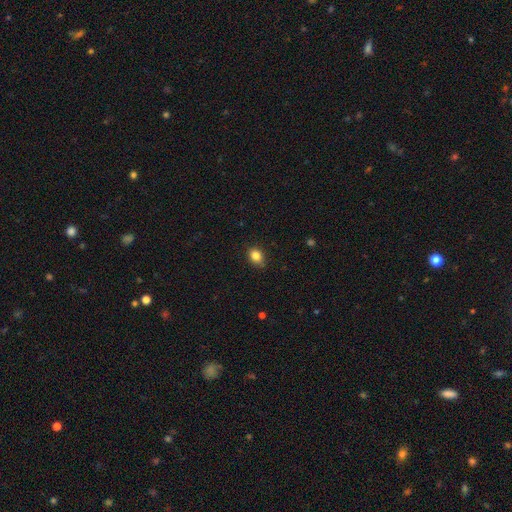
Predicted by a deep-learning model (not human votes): This appears to be a smooth galaxy with no disk features (84%) that is in between round and cigar-shaped (58%). Merging: none (81%).